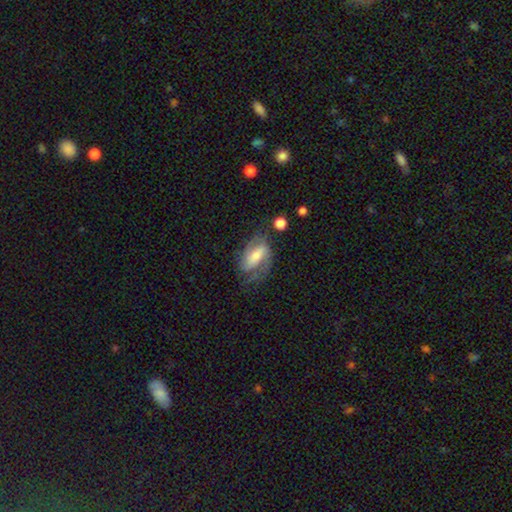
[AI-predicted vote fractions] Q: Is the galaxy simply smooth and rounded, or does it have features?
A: featured or disk — 69%.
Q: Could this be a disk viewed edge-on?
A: no — 94%.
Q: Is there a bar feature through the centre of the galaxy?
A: strong — 38%.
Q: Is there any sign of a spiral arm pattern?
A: yes — 89%.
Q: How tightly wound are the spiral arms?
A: medium — 47%.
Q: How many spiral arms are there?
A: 2 — 75%.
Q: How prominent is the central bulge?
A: moderate — 44%.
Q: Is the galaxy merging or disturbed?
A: none — 57%.